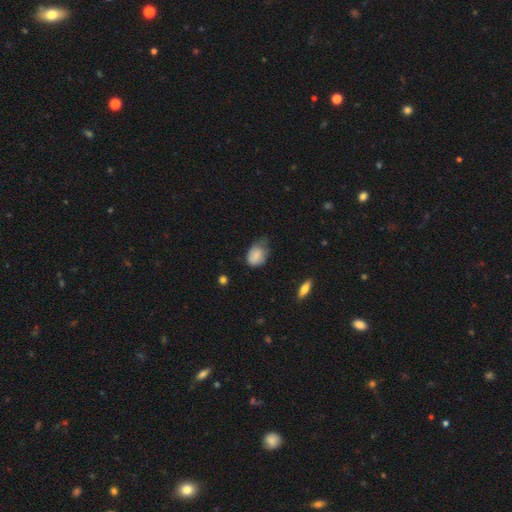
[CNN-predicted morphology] smooth 79%, featured or disk 13%, star or artifact 8%. Down the decision tree: how rounded — in between (71%); merging — minor disturbance (46%).